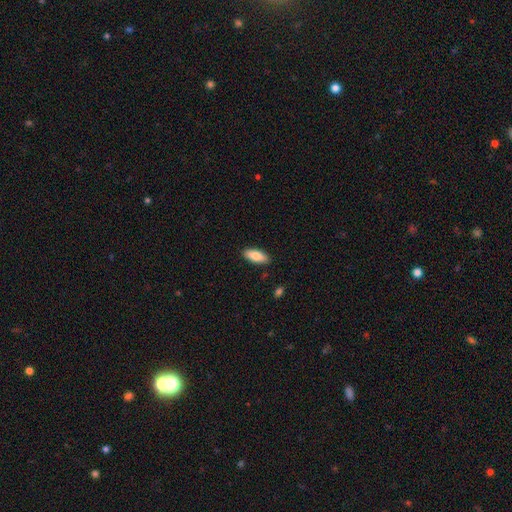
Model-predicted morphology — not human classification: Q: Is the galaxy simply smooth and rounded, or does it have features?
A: smooth — 82%.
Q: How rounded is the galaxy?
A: in between — 78%.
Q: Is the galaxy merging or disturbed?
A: none — 88%.